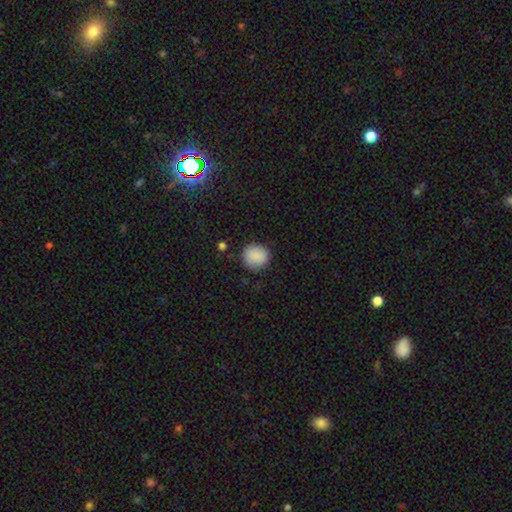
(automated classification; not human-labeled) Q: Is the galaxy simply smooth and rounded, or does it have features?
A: smooth — 88%.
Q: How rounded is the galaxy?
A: round — 86%.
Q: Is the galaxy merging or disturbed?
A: none — 84%.